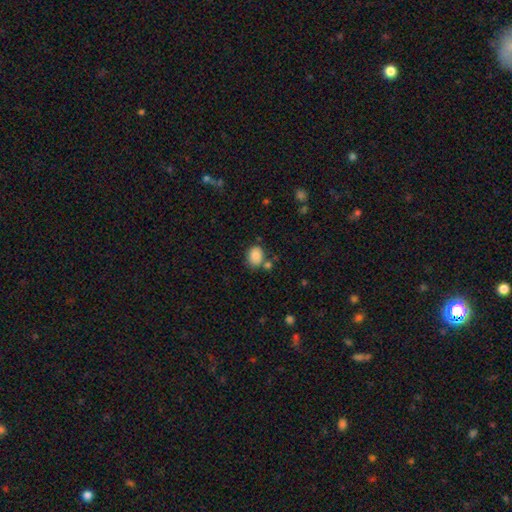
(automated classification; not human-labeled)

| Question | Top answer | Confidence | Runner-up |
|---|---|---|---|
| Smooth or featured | smooth | 85% | star or artifact (8%) |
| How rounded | in between | 54% | round (45%) |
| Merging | none | 66% | minor disturbance (17%) |